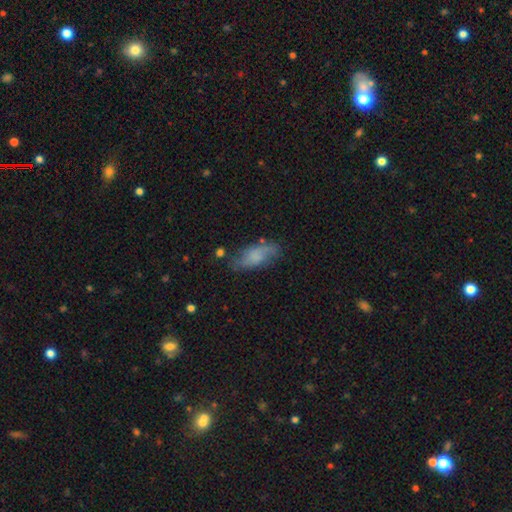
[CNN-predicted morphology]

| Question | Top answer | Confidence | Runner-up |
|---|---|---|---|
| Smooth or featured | smooth | 62% | featured or disk (30%) |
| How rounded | in between | 79% | cigar-shaped (18%) |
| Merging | none | 64% | minor disturbance (25%) |